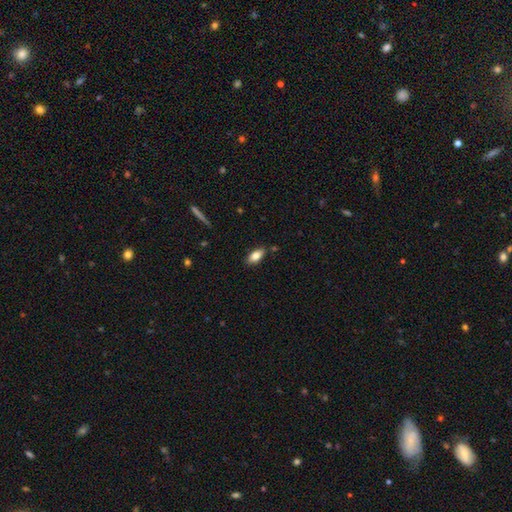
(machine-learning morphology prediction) The model was most divided on "smooth or featured": smooth: 79%, featured or disk: 14%, star or artifact: 7%. More confident: how rounded — in between (87%); merging — none (85%).